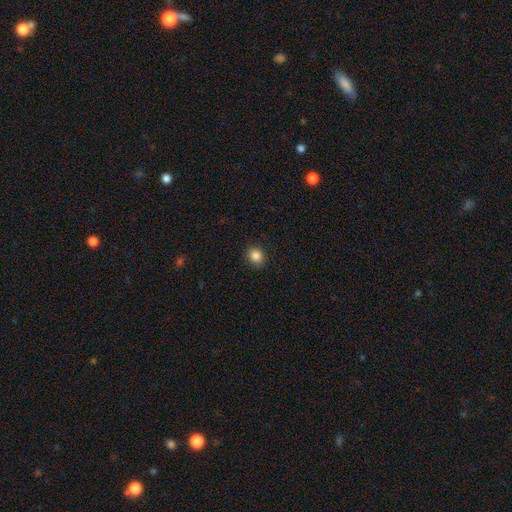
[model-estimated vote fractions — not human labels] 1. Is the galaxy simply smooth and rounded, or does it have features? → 85% smooth, 11% star or artifact, 4% featured or disk.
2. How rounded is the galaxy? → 85% round, 14% in between, 1% cigar-shaped.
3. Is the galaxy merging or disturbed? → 89% none, 8% minor disturbance, 2% major disturbance, 1% merger.